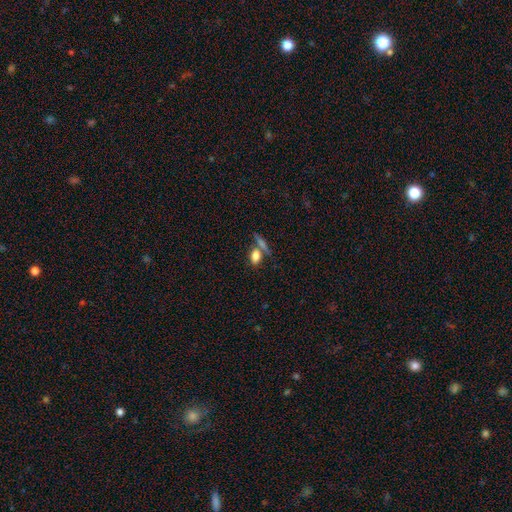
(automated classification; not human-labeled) Smooth or featured: smooth — 79% (featured or disk — 12%)
How rounded: in between — 78% (round — 13%)
Merging: none — 53% (merger — 31%)